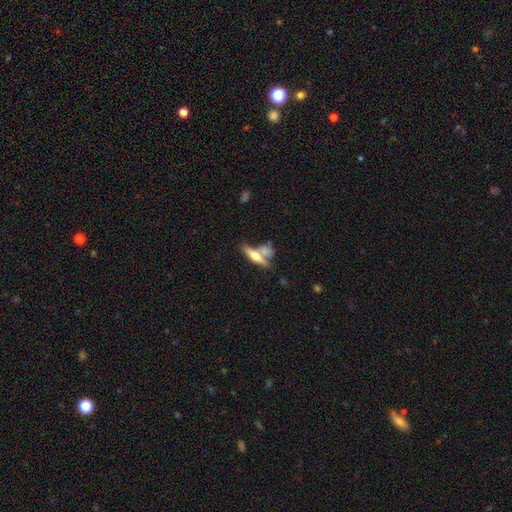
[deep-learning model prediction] Smooth or featured? featured or disk (50%)
Merging? none (52%)